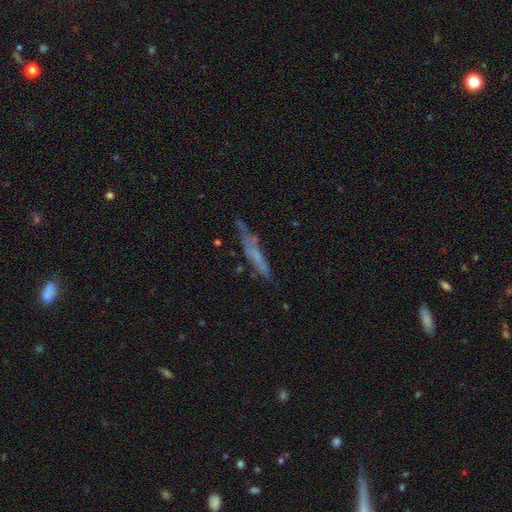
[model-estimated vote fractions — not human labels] A smooth galaxy with no disk features (48%). Merging: none (56%).